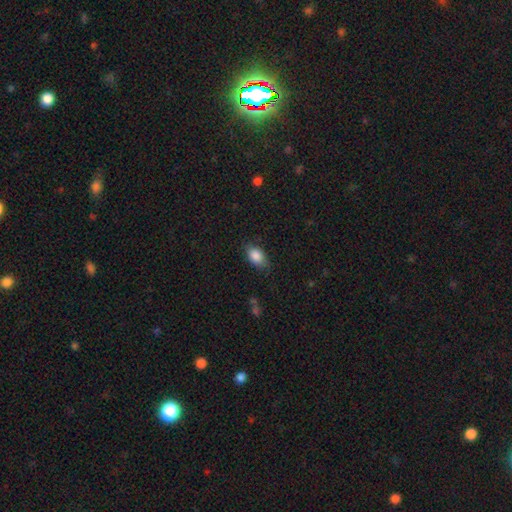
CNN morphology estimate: smooth_or_featured: smooth (p=0.87) [alt: star or artifact p=0.07]
how_rounded: in between (p=0.87) [alt: round p=0.12]
merging: none (p=0.77) [alt: minor disturbance p=0.17]